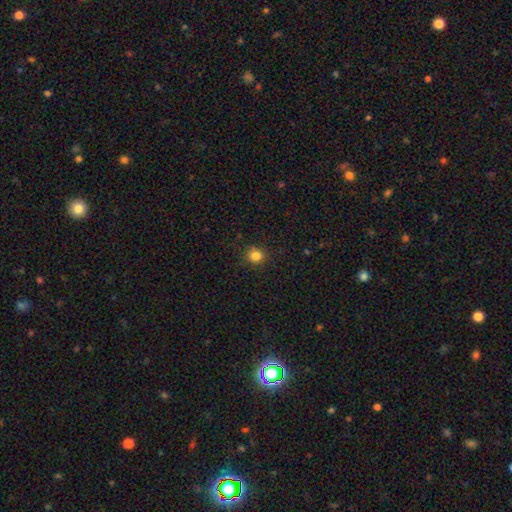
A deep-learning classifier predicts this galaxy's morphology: This appears to be a smooth galaxy with no disk features (83%) that is round (89%). Merging: none (88%).